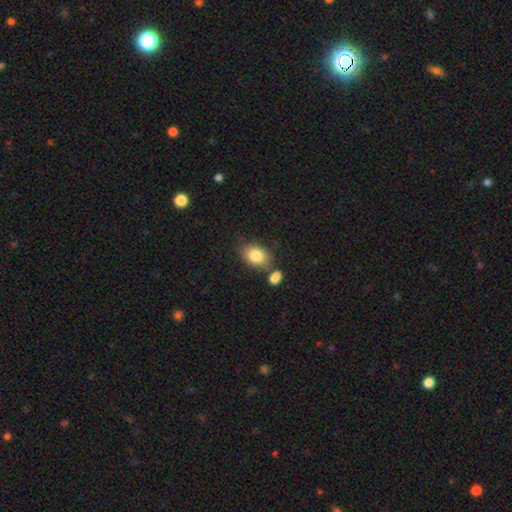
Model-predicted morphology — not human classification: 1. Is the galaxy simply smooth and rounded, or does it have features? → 84% smooth, 8% featured or disk, 8% star or artifact.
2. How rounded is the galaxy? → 74% in between, 25% round, 1% cigar-shaped.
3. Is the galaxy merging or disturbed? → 67% none, 14% minor disturbance, 14% merger, 4% major disturbance.